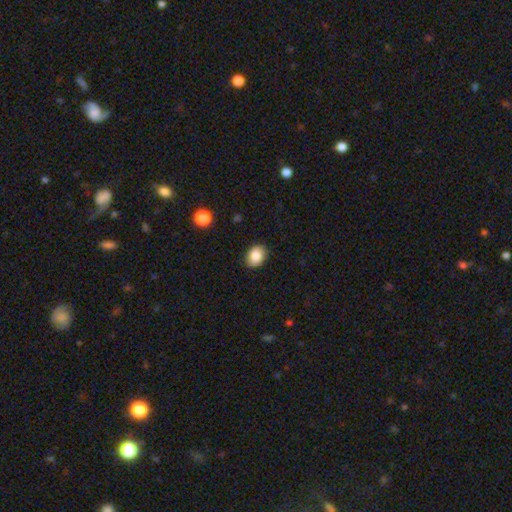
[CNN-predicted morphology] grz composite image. It shows a smooth galaxy with no disk features (85%) that is in between round and cigar-shaped (64%). Merging: none (87%).